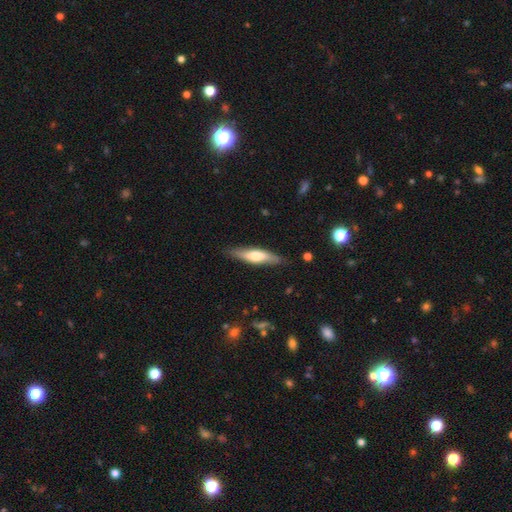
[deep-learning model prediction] smooth_or_featured: smooth (p=0.56) [alt: featured or disk p=0.38]
how_rounded: cigar-shaped (p=0.74) [alt: in between p=0.24]
merging: none (p=0.84) [alt: minor disturbance p=0.13]